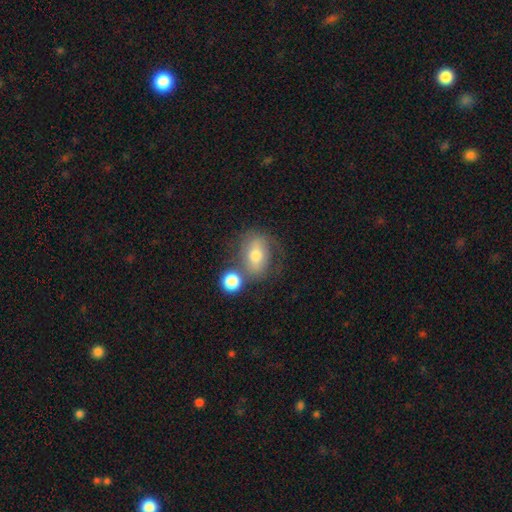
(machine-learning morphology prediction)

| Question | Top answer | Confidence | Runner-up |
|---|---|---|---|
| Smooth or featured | smooth | 53% | featured or disk (37%) |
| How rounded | in between | 66% | round (32%) |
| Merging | none | 47% | merger (23%) |